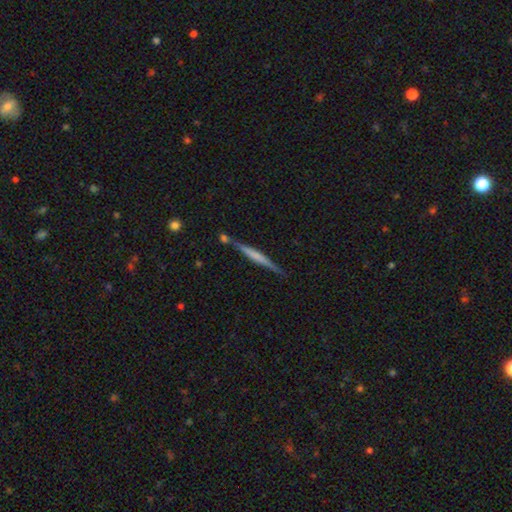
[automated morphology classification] Smooth or featured? Predicted: featured or disk (p=0.58). Edge-on disk? Predicted: yes (p=0.97). Edge-on bulge? Predicted: none (p=0.48). Merging? Predicted: none (p=0.80).